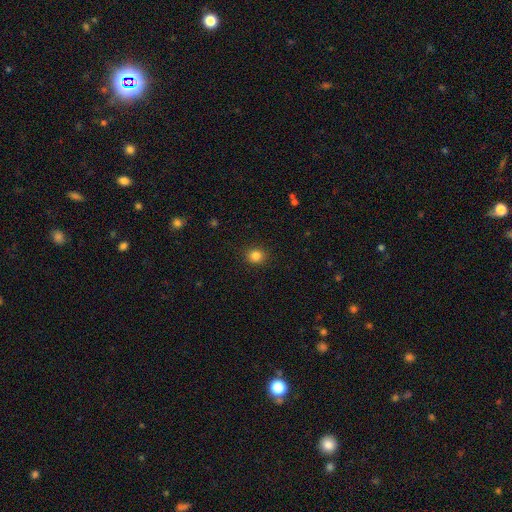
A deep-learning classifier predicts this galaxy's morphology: Smooth or featured: smooth — 84% (star or artifact — 12%)
How rounded: round — 84% (in between — 15%)
Merging: none — 90% (minor disturbance — 6%)